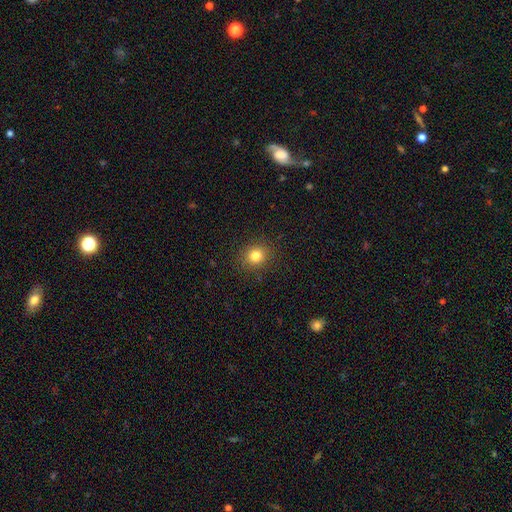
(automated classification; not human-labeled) Smooth or featured?
  - smooth: 81% *
  - star or artifact: 13%
  - featured or disk: 6%
How rounded?
  - round: 81% *
  - in between: 19%
  - cigar-shaped: 1%
Merging?
  - none: 90% *
  - minor disturbance: 7%
  - major disturbance: 2%
  - merger: 1%